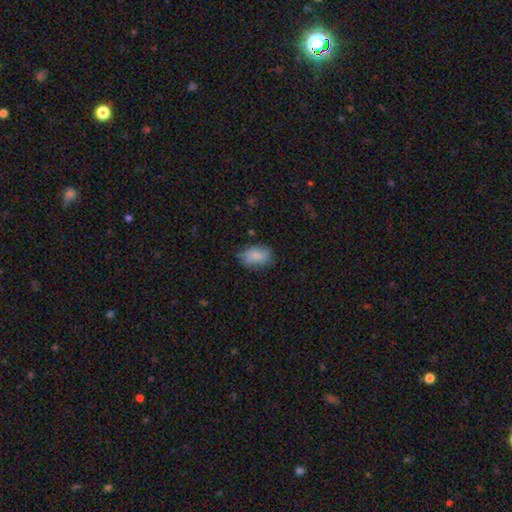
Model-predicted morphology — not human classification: Q: Smooth or featured?
A: smooth (79%); runner-up: featured or disk (12%)
Q: How rounded?
A: in between (86%); runner-up: round (12%)
Q: Merging?
A: none (64%); runner-up: minor disturbance (27%)